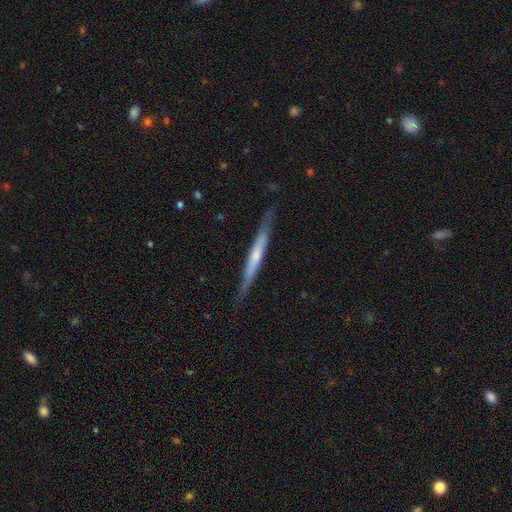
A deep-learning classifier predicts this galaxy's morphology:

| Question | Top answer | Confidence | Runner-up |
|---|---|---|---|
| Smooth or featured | featured or disk | 56% | smooth (39%) |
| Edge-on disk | yes | 95% | no (5%) |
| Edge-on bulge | none | 60% | rounded (31%) |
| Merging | none | 84% | minor disturbance (12%) |